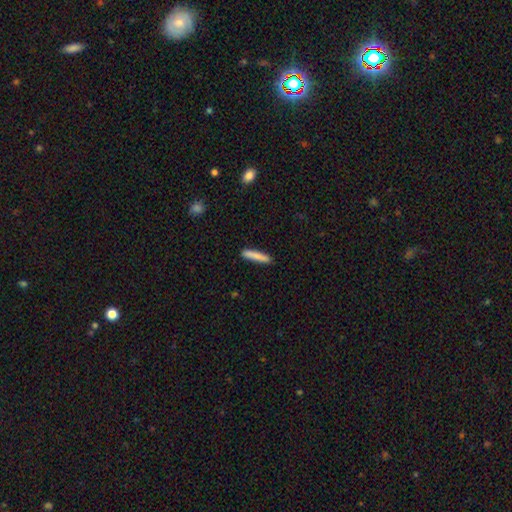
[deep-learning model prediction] This is clearly a smooth galaxy (83%). How rounded: clearly cigar-shaped (92%). Merging: clearly none (88%).